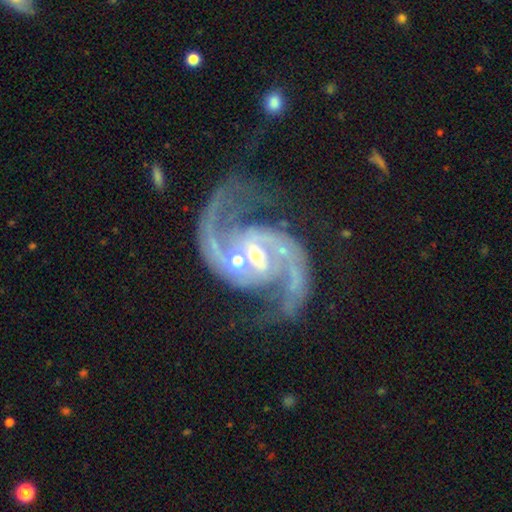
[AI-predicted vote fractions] This appears to be a featured or disk galaxy (93%) with a weak bar (43%), 2 (93%) medium (63%) spiral arms (99%) and a small central bulge (54%). Merging: none (59%).